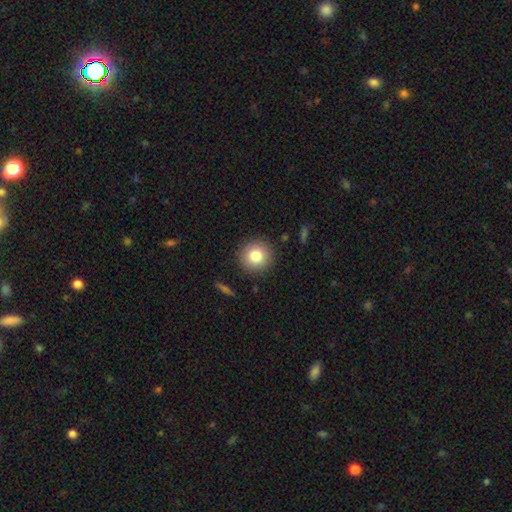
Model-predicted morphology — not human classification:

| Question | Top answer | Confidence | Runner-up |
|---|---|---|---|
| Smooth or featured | smooth | 81% | star or artifact (10%) |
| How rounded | round | 94% | in between (5%) |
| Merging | none | 90% | minor disturbance (6%) |